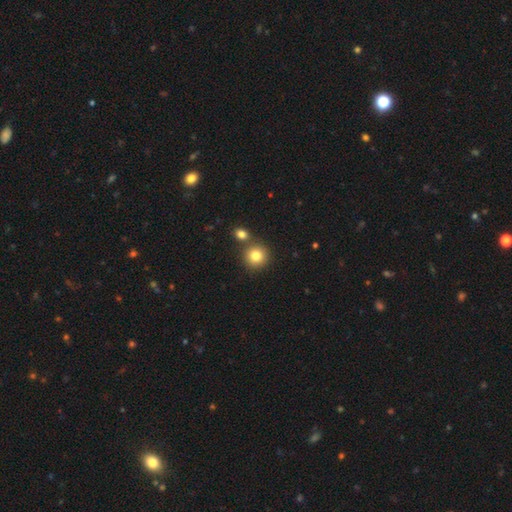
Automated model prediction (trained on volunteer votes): A smooth galaxy with no disk features (82%) that is round (91%).

Vote fractions:
- Smooth or featured? smooth: 82% / star or artifact: 11% / featured or disk: 8%
- How rounded? round: 91% / in between: 8% / cigar-shaped: 1%
- Merging? none: 71% / merger: 19% / minor disturbance: 8% / major disturbance: 2%